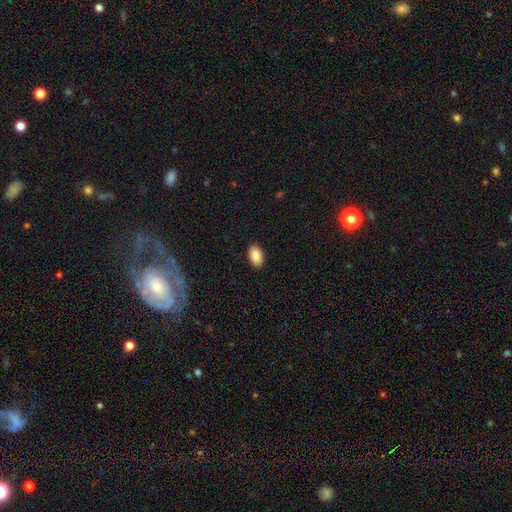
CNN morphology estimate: Smooth or featured? smooth (88%)
How rounded? in between (93%)
Merging? none (90%)